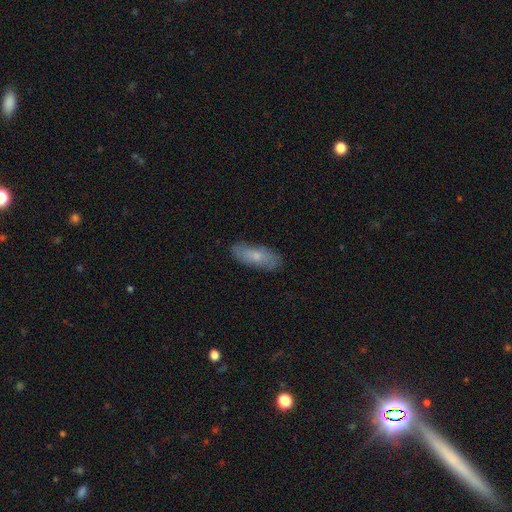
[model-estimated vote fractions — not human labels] Q: Smooth or featured?
A: smooth (61%); runner-up: featured or disk (32%)
Q: How rounded?
A: in between (64%); runner-up: cigar-shaped (34%)
Q: Merging?
A: none (81%); runner-up: minor disturbance (15%)